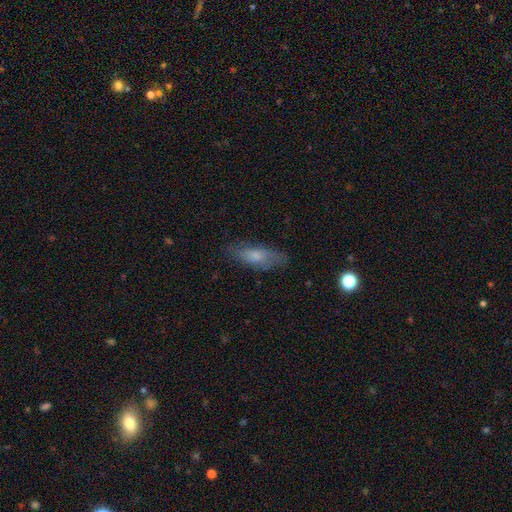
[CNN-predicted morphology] This appears to be a smooth galaxy with no disk features (61%) that is in between round and cigar-shaped (61%). Merging: none (74%).